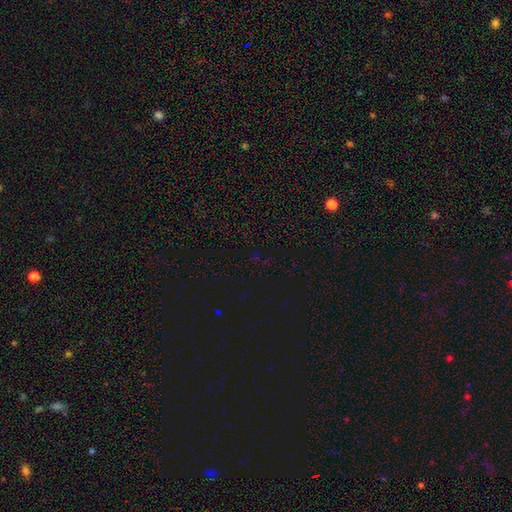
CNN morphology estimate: Smooth or featured: star or artifact — 72% (smooth — 21%)